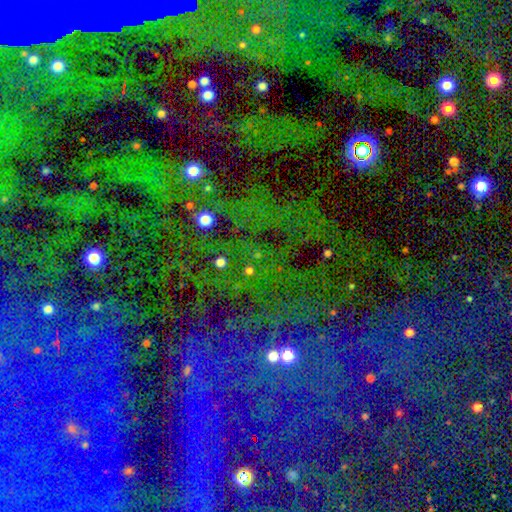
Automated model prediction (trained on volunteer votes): A star or artifact, not a galaxy (79%).

Vote fractions:
- Smooth or featured? star or artifact: 79% / smooth: 12% / featured or disk: 9%